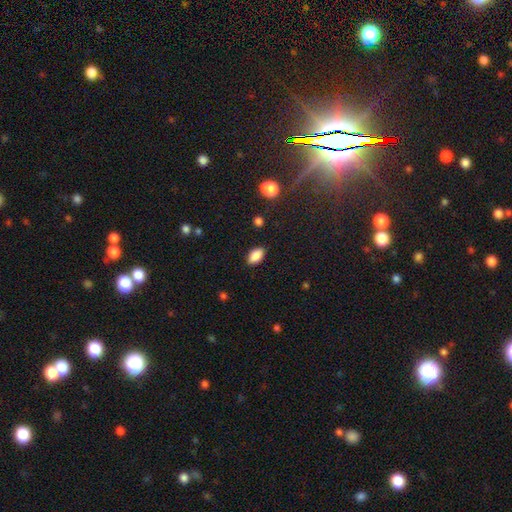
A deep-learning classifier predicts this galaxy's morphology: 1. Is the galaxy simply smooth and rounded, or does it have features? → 87% smooth, 8% star or artifact, 5% featured or disk.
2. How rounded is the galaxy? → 92% in between, 5% round, 3% cigar-shaped.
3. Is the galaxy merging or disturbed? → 86% none, 10% minor disturbance, 2% major disturbance, 1% merger.